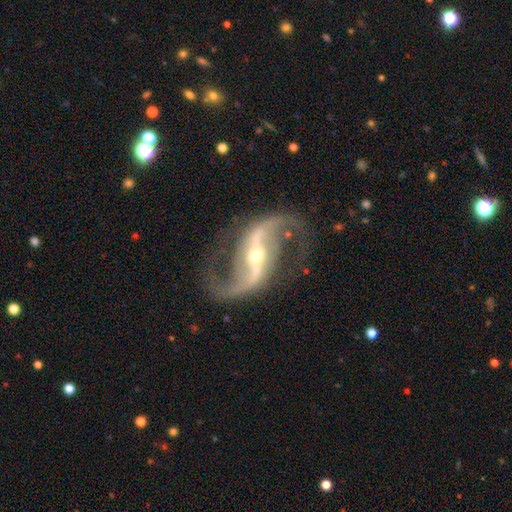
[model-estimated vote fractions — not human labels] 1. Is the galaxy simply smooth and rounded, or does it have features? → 94% featured or disk, 4% star or artifact, 2% smooth.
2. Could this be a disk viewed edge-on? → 97% no, 3% yes.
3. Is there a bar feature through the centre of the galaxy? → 61% strong, 27% weak, 12% no.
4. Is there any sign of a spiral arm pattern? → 98% yes, 2% no.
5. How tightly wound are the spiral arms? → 61% loose, 33% medium, 6% tight.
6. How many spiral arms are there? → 95% 2, 1% can't tell, 1% 1, 1% 3, 1% 4, 1% more than 4.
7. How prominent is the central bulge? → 62% small, 34% moderate, 2% large, 1% none, 1% dominant.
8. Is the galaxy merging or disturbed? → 82% none, 10% minor disturbance, 6% major disturbance, 2% merger.